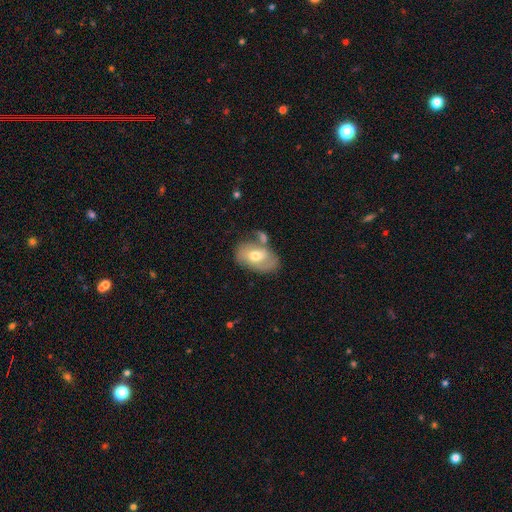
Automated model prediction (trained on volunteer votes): Smooth or featured: smooth — 49% (featured or disk — 44%)
Merging: none — 44% (merger — 24%)